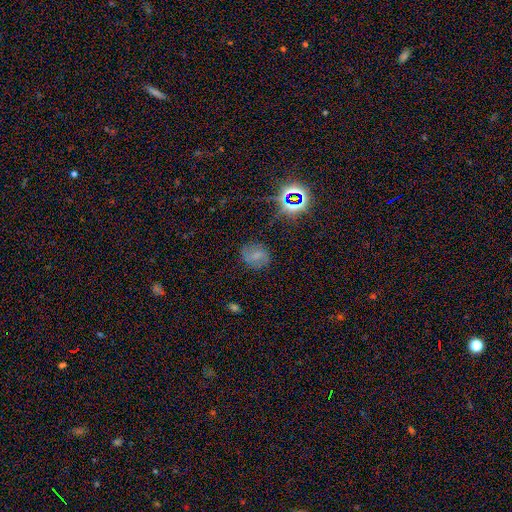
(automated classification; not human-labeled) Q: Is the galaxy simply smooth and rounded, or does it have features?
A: smooth — 51%.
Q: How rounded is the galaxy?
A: round — 60%.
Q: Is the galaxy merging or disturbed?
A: none — 77%.